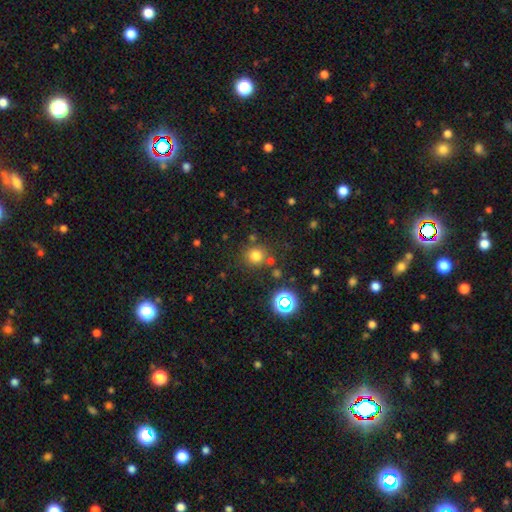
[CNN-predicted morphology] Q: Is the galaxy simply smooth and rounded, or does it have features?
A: smooth — 75%.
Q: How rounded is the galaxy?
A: round — 91%.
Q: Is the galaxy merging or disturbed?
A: none — 79%.